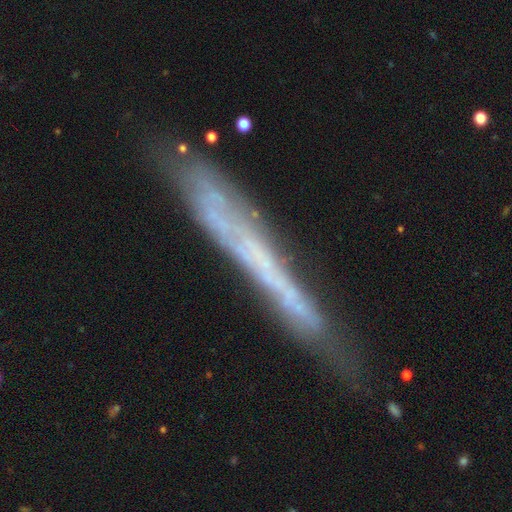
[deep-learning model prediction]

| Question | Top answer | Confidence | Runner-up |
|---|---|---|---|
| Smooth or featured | featured or disk | 62% | smooth (27%) |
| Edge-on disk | yes | 82% | no (18%) |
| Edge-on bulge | none | 88% | rounded (6%) |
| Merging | none | 69% | minor disturbance (22%) |